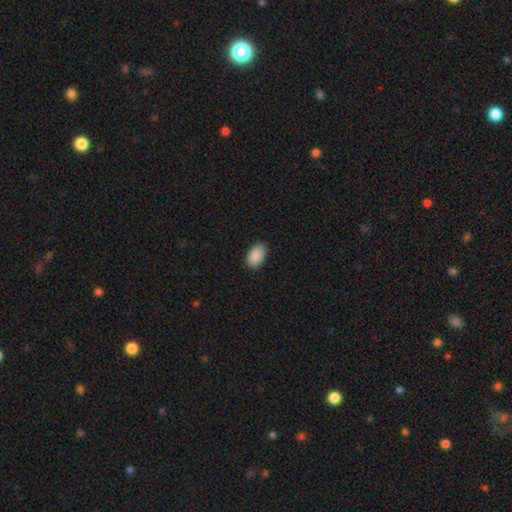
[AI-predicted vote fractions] A smooth galaxy with no disk features (91%) that is in between round and cigar-shaped (93%).

Vote fractions:
- Smooth or featured? smooth: 91% / star or artifact: 7% / featured or disk: 3%
- How rounded? in between: 93% / round: 5% / cigar-shaped: 1%
- Merging? none: 86% / minor disturbance: 11% / major disturbance: 2% / merger: 1%